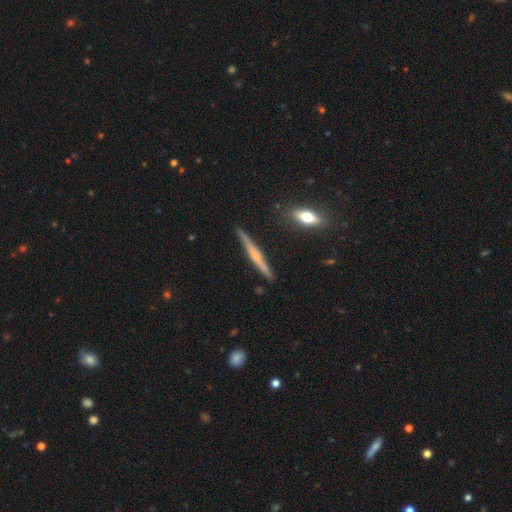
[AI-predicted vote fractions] Morphology: type=featured or disk (65%); edge-on=yes (97%); edge-on bulge=rounded (52%); merging=none (88%).